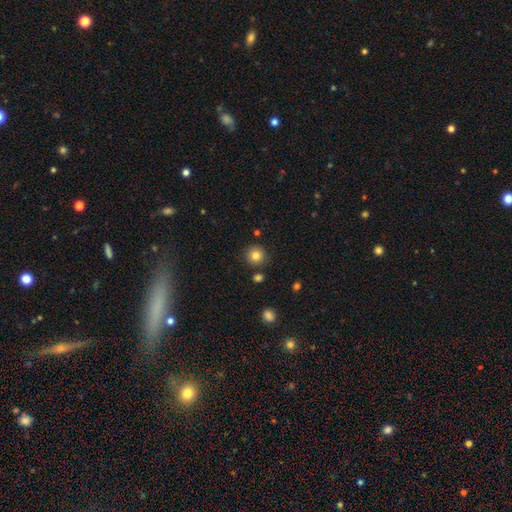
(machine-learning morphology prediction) Smooth or featured? Predicted: smooth (p=0.82). How rounded? Predicted: round (p=0.94). Merging? Predicted: none (p=0.86).